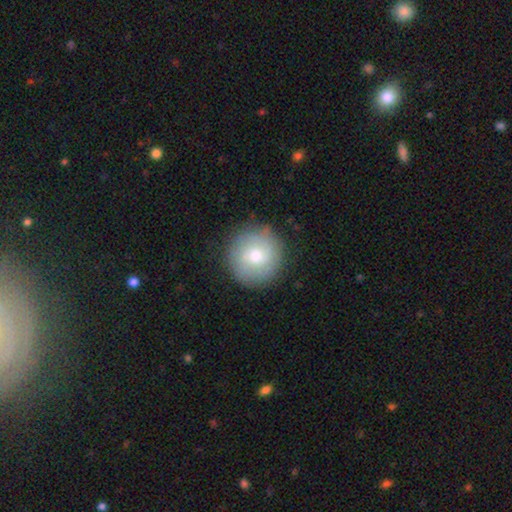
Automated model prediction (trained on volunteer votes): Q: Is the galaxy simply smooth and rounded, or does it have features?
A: smooth — 55%.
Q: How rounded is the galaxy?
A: round — 94%.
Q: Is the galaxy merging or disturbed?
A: none — 86%.